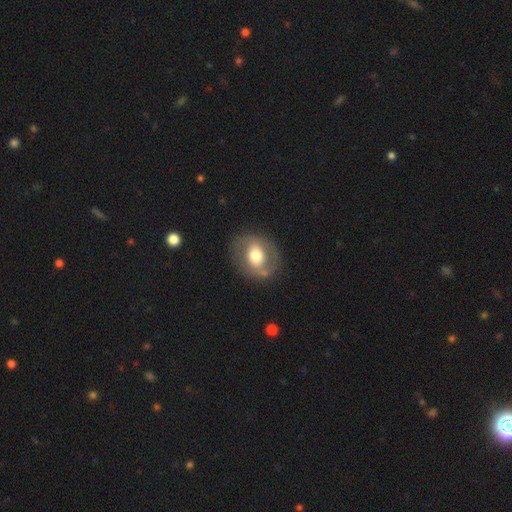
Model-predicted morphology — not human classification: This appears to be a smooth galaxy with no disk features (50%) that is round (57%). Merging: none (77%).